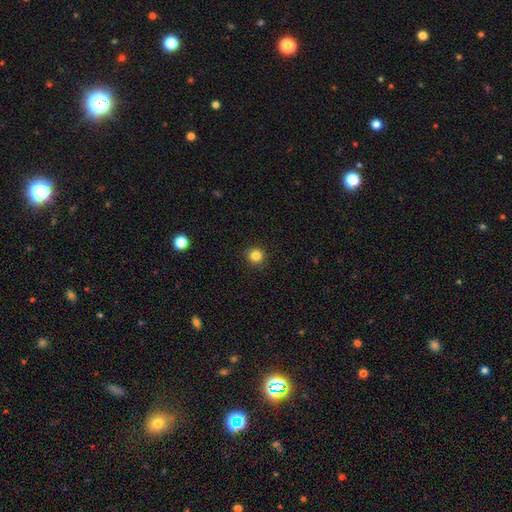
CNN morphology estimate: A smooth galaxy with no disk features (84%) that is round (92%).

Vote fractions:
- Smooth or featured? smooth: 84% / star or artifact: 12% / featured or disk: 4%
- How rounded? round: 92% / in between: 7% / cigar-shaped: 1%
- Merging? none: 91% / minor disturbance: 6% / major disturbance: 2% / merger: 1%